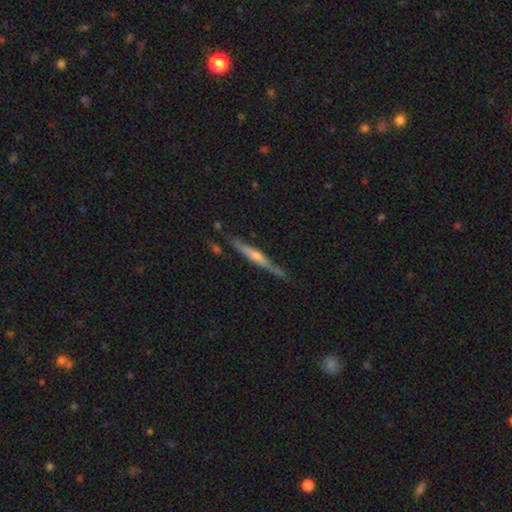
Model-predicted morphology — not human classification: The model was most divided on "edge-on bulge": rounded: 77%, none: 15%, boxy: 9%. More confident: edge-on disk — yes (98%); merging — none (85%); smooth or featured — featured or disk (78%).